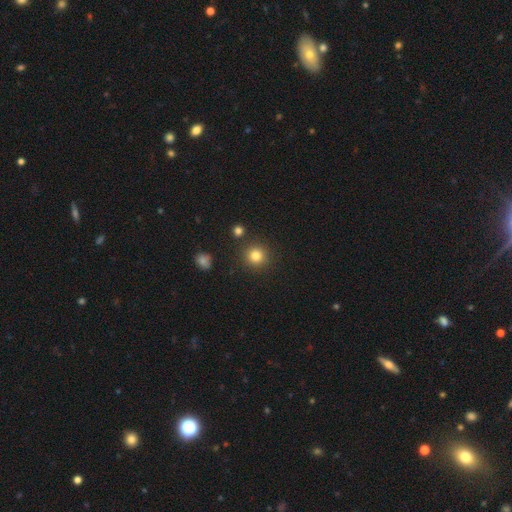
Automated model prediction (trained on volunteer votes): Smooth or featured?
  - smooth: 82% *
  - star or artifact: 12%
  - featured or disk: 6%
How rounded?
  - round: 93% *
  - in between: 6%
  - cigar-shaped: 1%
Merging?
  - none: 87% *
  - minor disturbance: 7%
  - merger: 4%
  - major disturbance: 3%